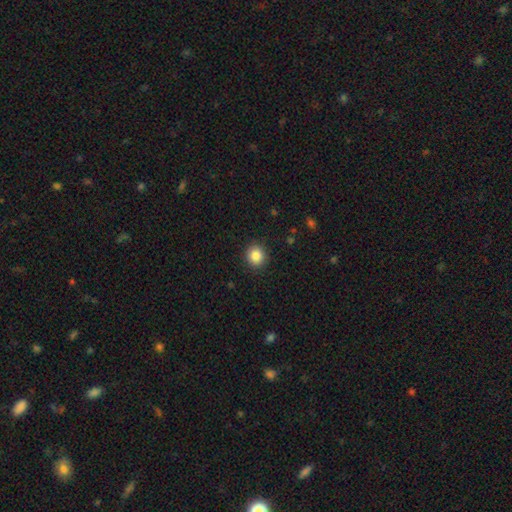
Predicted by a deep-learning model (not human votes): Smooth or featured?
  - smooth: 87% *
  - star or artifact: 9%
  - featured or disk: 4%
How rounded?
  - round: 88% *
  - in between: 11%
  - cigar-shaped: 1%
Merging?
  - none: 91% *
  - minor disturbance: 6%
  - major disturbance: 2%
  - merger: 1%